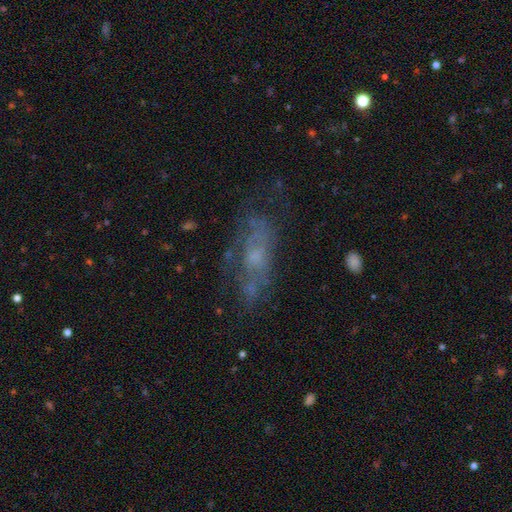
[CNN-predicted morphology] Smooth or featured: featured or disk — 55% (smooth — 30%)
Edge-on disk: no — 83% (yes — 17%)
Merging: none — 56% (minor disturbance — 22%)